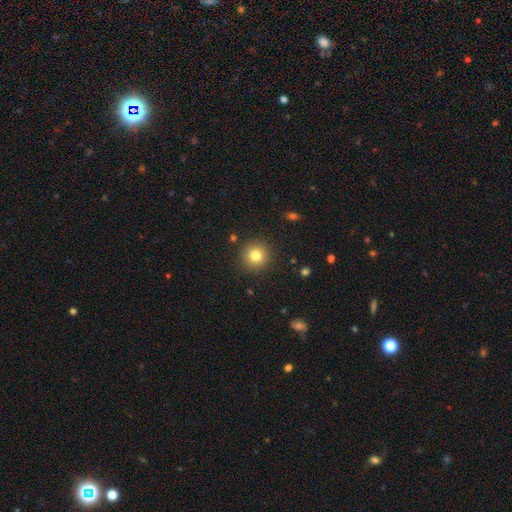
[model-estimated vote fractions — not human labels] Smooth or featured? smooth (80%)
How rounded? round (94%)
Merging? none (90%)